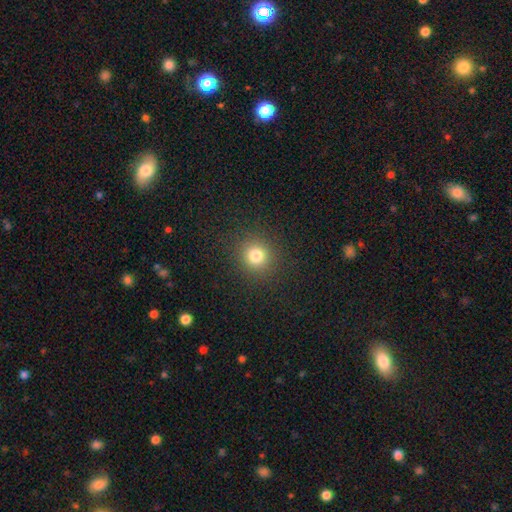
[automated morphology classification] type=smooth (79%); roundness=round (92%); merging=none (90%).